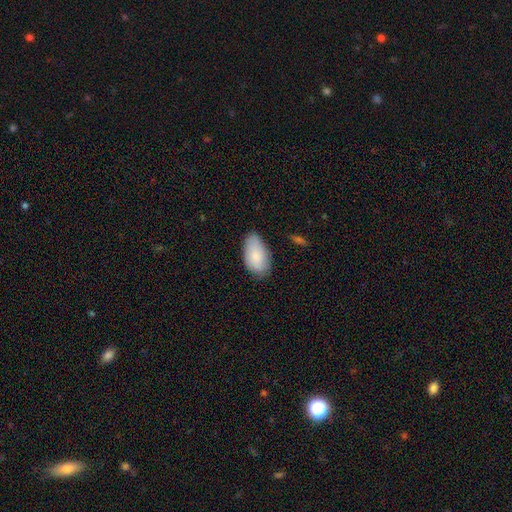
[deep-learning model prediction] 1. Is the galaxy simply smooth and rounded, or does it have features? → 85% smooth, 9% featured or disk, 6% star or artifact.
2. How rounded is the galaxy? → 95% in between, 3% round, 2% cigar-shaped.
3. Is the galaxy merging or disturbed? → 73% none, 21% minor disturbance, 4% major disturbance, 2% merger.